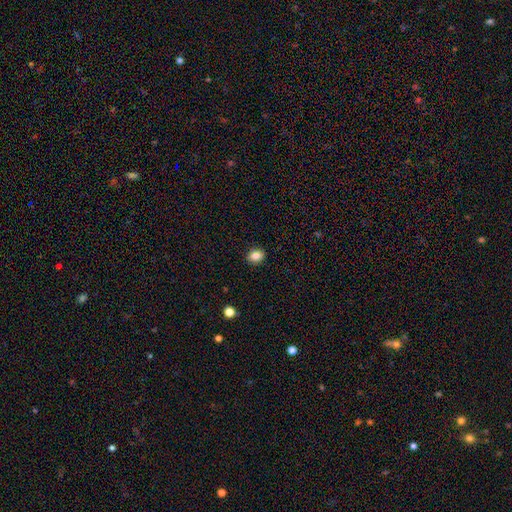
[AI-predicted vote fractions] Morphology: type=smooth (85%); roundness=round (57%); merging=none (90%).